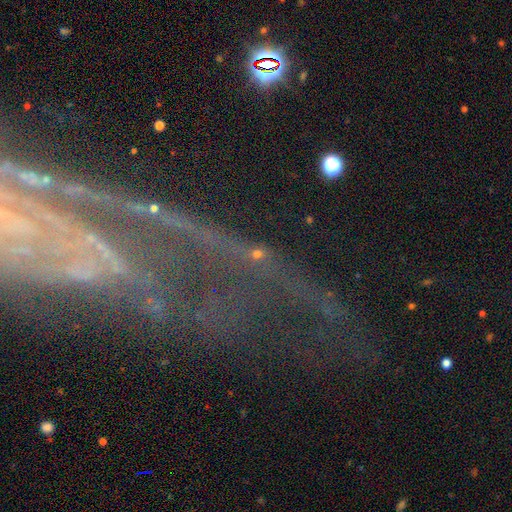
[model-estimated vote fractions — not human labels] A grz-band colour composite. It shows a star or artifact, not a galaxy (52%).